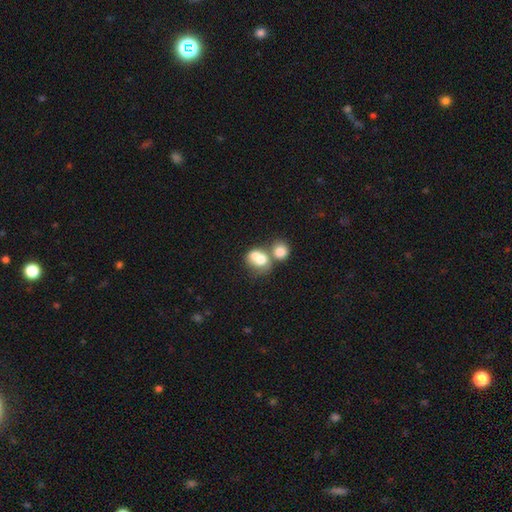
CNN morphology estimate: A smooth galaxy with no disk features (68%) that is round (53%). Merging: merger (70%).